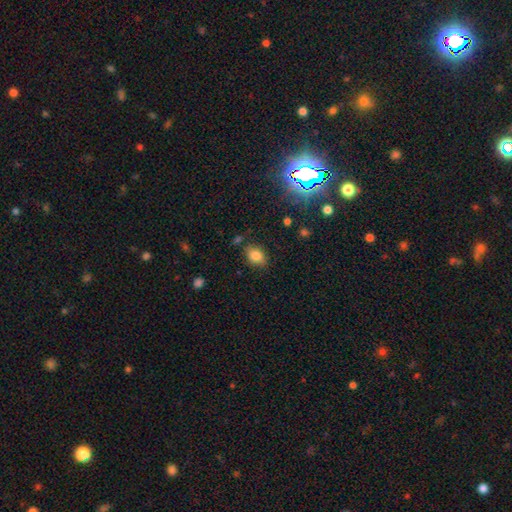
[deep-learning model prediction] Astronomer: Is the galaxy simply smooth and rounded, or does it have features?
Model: smooth — 81%.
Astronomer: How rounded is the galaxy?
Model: in between — 72%.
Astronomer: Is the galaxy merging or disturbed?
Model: none — 79%.